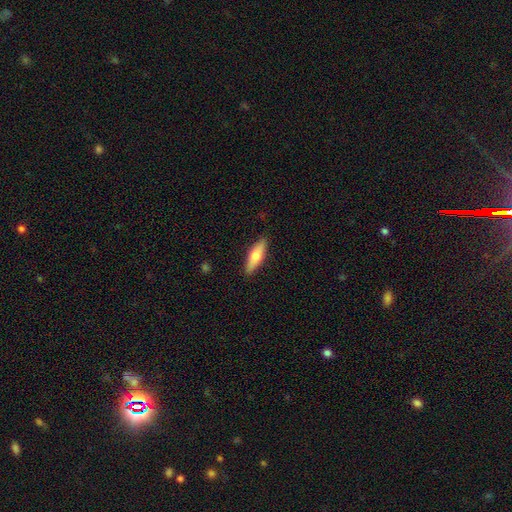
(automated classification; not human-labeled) smooth 61%, featured or disk 34%, star or artifact 5%. Down the decision tree: how rounded — cigar-shaped (56%); merging — none (89%).